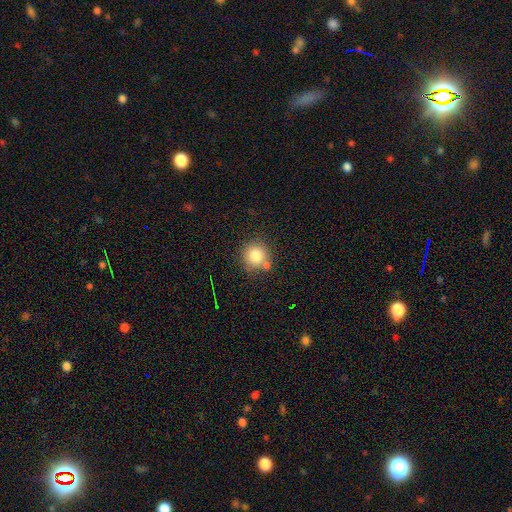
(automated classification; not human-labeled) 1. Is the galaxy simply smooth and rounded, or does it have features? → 80% smooth, 11% star or artifact, 9% featured or disk.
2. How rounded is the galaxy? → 92% round, 7% in between, 1% cigar-shaped.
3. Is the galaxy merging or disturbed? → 71% none, 15% merger, 11% minor disturbance, 3% major disturbance.